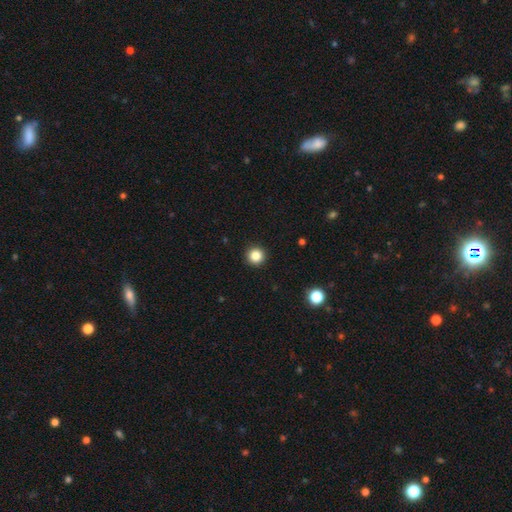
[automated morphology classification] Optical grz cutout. It shows a smooth galaxy with no disk features (85%) that is round (96%). Merging: none (93%).